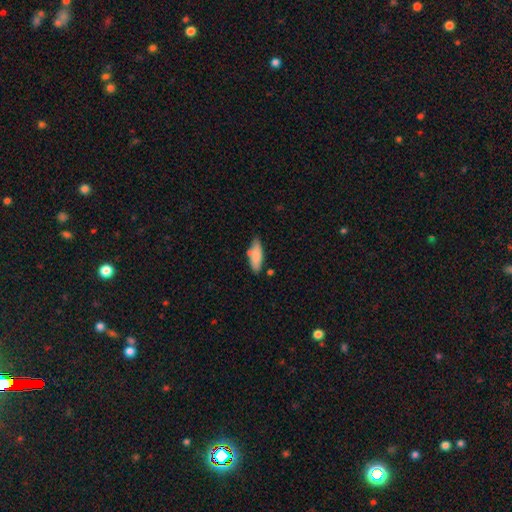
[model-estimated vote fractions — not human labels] The model was most divided on "how rounded": in between: 64%, cigar-shaped: 34%, round: 2%. More confident: smooth or featured — smooth (81%); merging — none (69%).